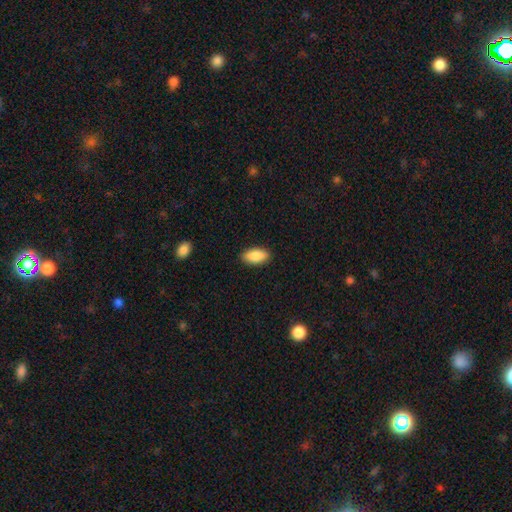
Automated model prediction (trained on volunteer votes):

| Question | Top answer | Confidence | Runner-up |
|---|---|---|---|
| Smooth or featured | smooth | 89% | star or artifact (6%) |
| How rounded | in between | 90% | cigar-shaped (7%) |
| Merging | none | 89% | minor disturbance (8%) |